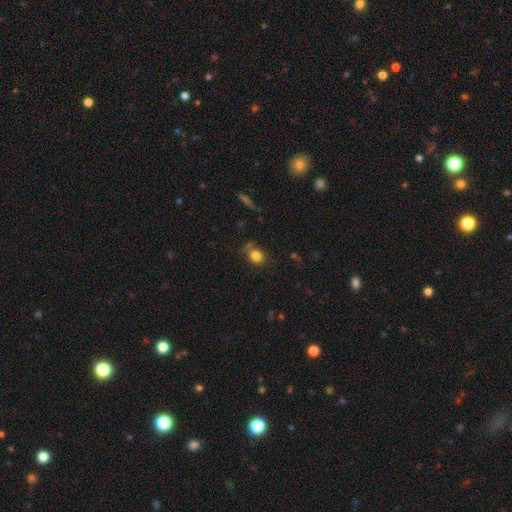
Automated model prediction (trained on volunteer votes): Overall: smooth (82%). How rounded: round (62%; in between 37%). Merging: none (67%).